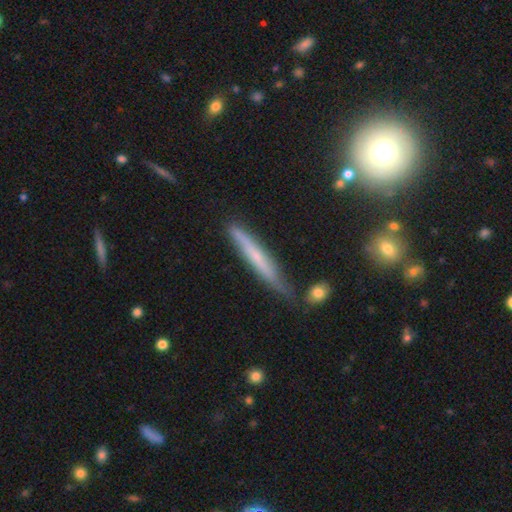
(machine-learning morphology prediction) smooth-or-featured: smooth: 49% | featured or disk: 43% | star or artifact: 8%
  merging: none: 74% | minor disturbance: 20% | major disturbance: 3% | merger: 3%